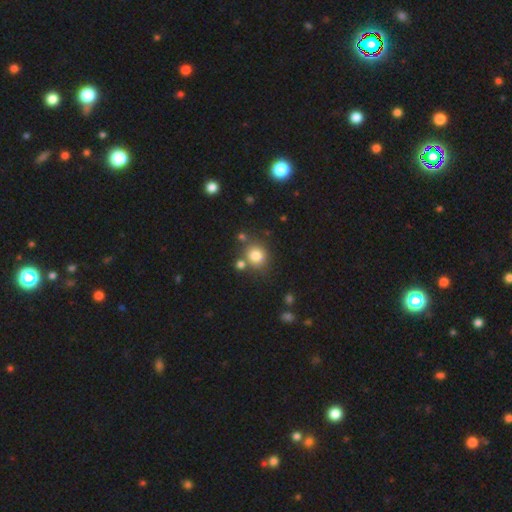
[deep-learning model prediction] A smooth galaxy with no disk features (80%) that is round (81%). Merging: none (71%).